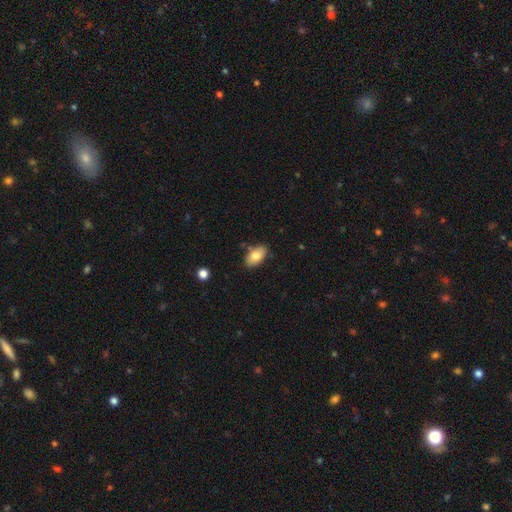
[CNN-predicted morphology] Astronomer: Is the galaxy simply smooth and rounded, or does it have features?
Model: smooth — 82%.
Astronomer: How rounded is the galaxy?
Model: in between — 93%.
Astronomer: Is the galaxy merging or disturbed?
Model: none — 81%.